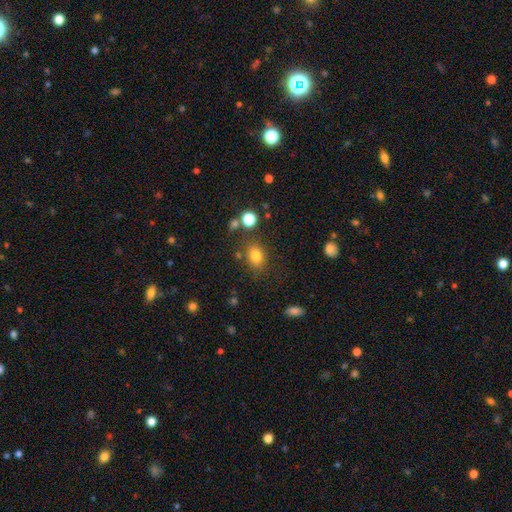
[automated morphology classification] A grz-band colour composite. It shows a smooth galaxy with no disk features (80%) that is in between round and cigar-shaped (64%). Merging: none (75%).